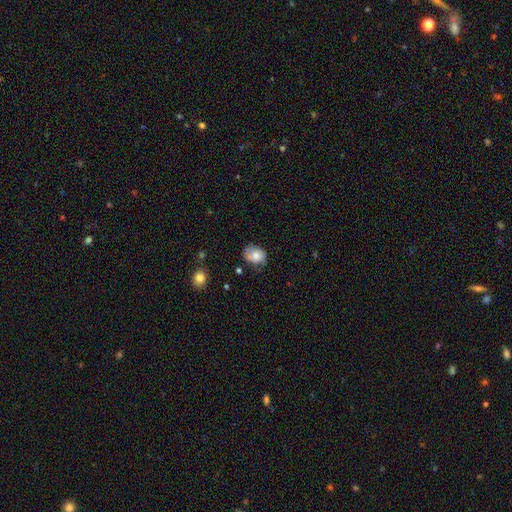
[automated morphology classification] smooth 75%, featured or disk 16%, star or artifact 8%. Down the decision tree: how rounded — in between (55%); merging — none (57%).